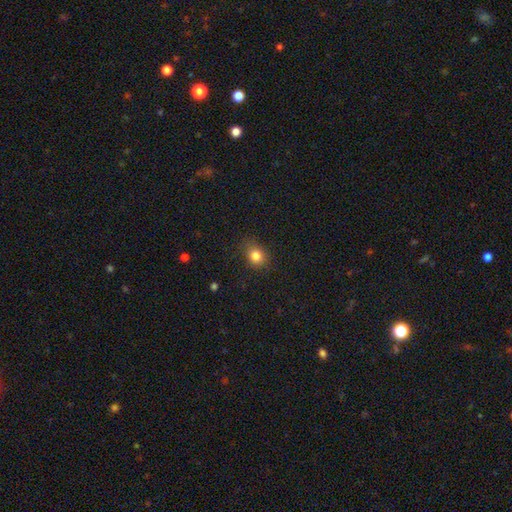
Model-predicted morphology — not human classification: Smooth or featured? Predicted: smooth (p=0.82). How rounded? Predicted: round (p=0.65). Merging? Predicted: none (p=0.82).